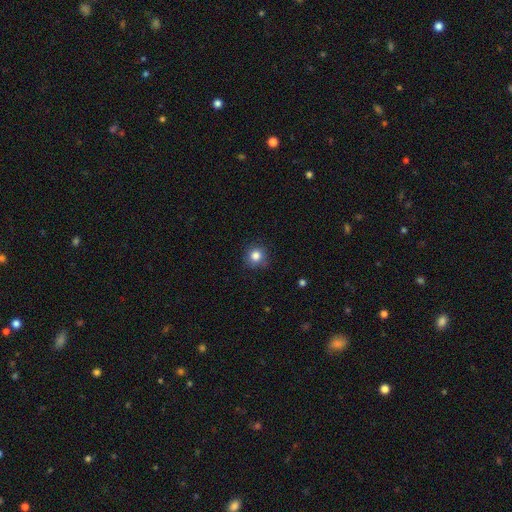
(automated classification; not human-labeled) The model was most divided on "smooth or featured": smooth: 83%, star or artifact: 11%, featured or disk: 6%. More confident: how rounded — round (91%); merging — none (85%).